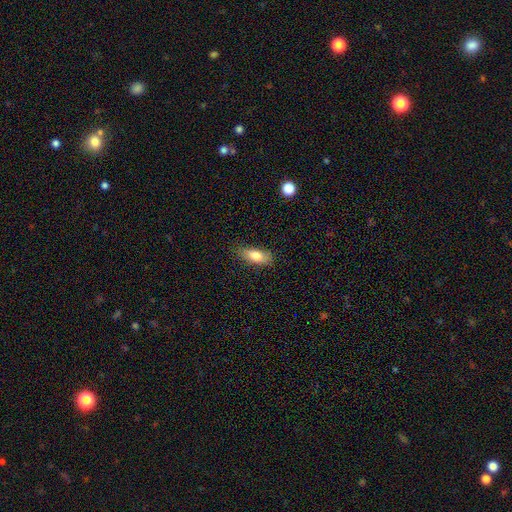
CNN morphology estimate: smooth_or_featured: smooth (p=0.79) [alt: featured or disk p=0.13]
how_rounded: in between (p=0.78) [alt: cigar-shaped p=0.19]
merging: none (p=0.78) [alt: minor disturbance p=0.17]